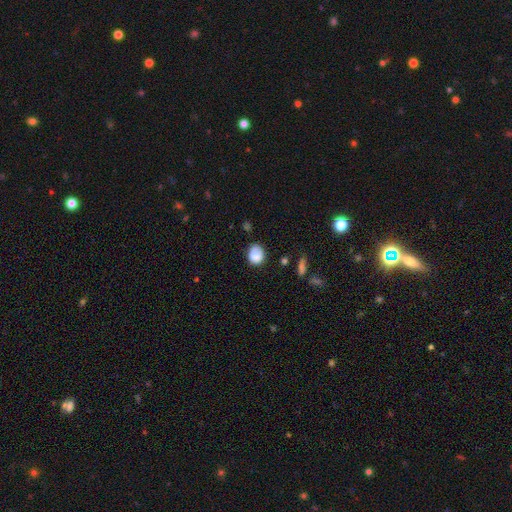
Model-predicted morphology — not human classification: Overall: smooth (81%). How rounded: round (55%; in between 44%). Merging: none (61%; minor disturbance 27%).